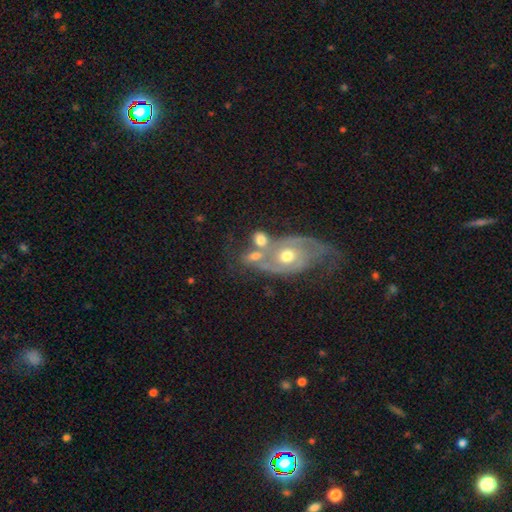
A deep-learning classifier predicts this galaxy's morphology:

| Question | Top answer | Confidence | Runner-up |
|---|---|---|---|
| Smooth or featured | featured or disk | 77% | smooth (15%) |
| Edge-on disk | no | 95% | yes (5%) |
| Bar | no | 75% | weak (20%) |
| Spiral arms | yes | 85% | no (15%) |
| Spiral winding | medium | 43% | tight (34%) |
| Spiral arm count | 2 | 76% | can't tell (13%) |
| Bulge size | moderate | 71% | small (21%) |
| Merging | none | 42% | merger (24%) |